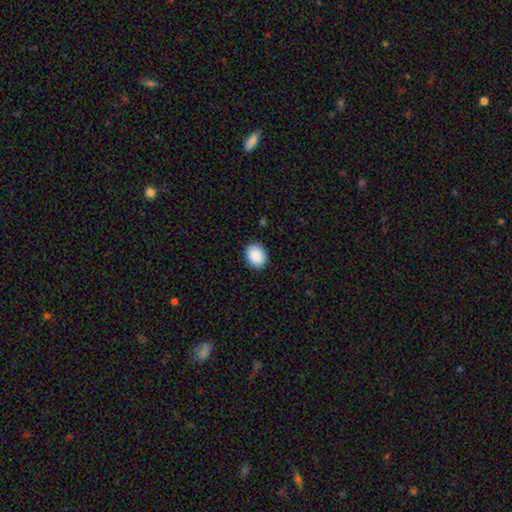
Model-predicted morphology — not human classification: Smooth or featured? Predicted: smooth (p=0.90). How rounded? Predicted: round (p=0.52). Merging? Predicted: none (p=0.90).